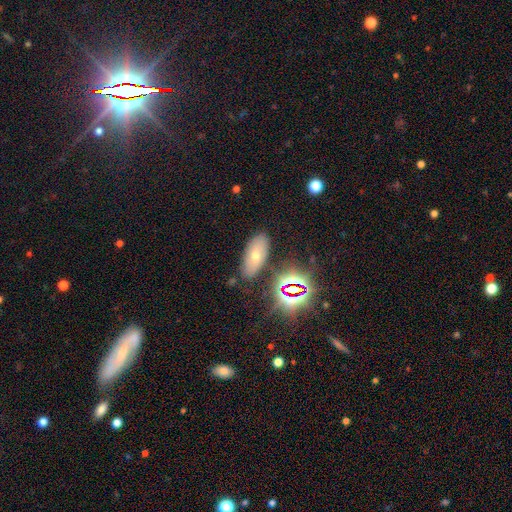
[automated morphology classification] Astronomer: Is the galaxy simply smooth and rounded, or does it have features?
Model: smooth — 43% (runner-up: star or artifact, 33%).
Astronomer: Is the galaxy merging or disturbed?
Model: none — 81%.